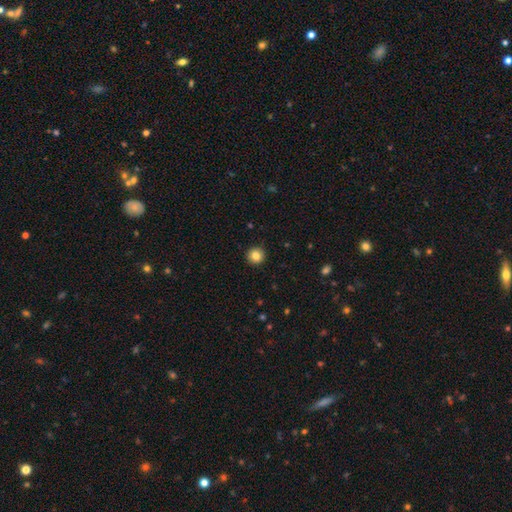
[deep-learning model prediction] Q: Smooth or featured?
A: smooth (85%); runner-up: star or artifact (10%)
Q: How rounded?
A: round (95%); runner-up: in between (4%)
Q: Merging?
A: none (93%); runner-up: minor disturbance (5%)